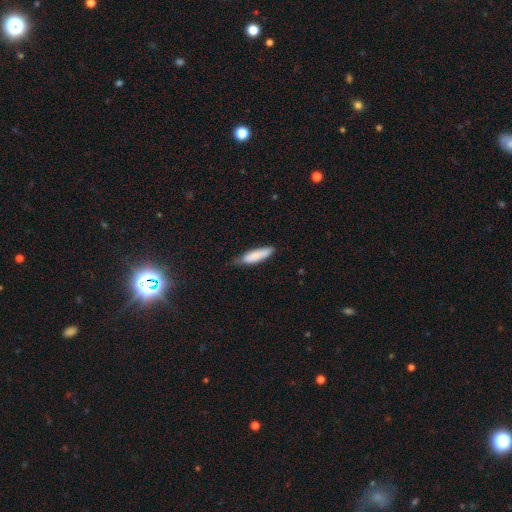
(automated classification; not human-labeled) This is clearly a smooth galaxy (83%). How rounded: likely cigar-shaped (63%). Merging: possibly none (60%).